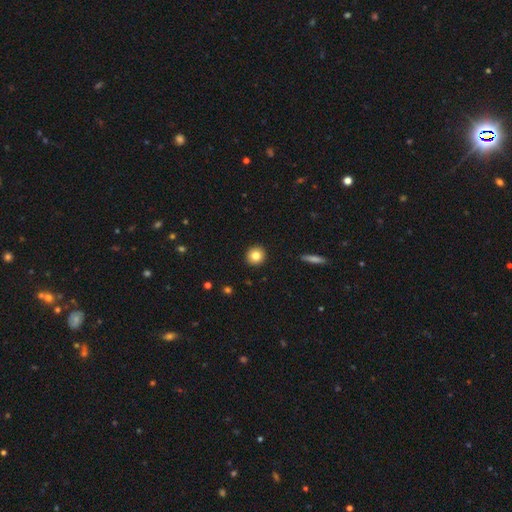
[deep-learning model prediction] This appears to be a smooth galaxy with no disk features (83%) that is round (93%). Merging: none (93%).